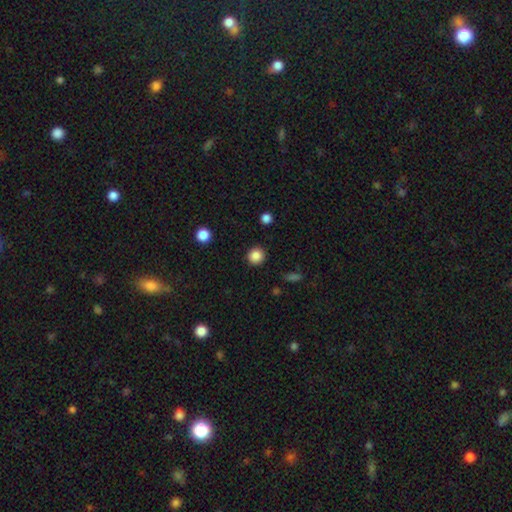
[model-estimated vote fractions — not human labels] Smooth or featured: smooth — 87% (star or artifact — 11%)
How rounded: round — 93% (in between — 6%)
Merging: none — 91% (minor disturbance — 6%)